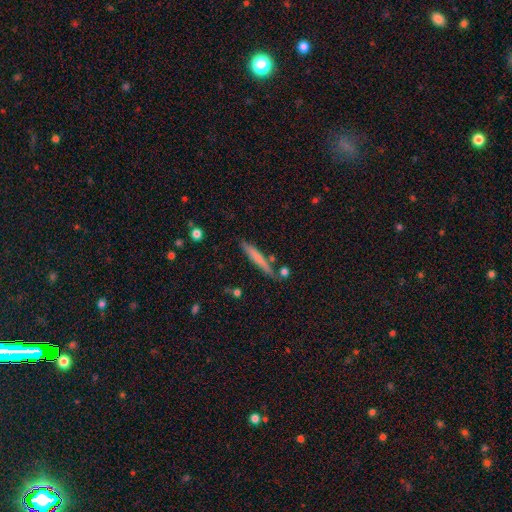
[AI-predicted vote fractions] Smooth or featured? smooth (62%)
How rounded? cigar-shaped (95%)
Merging? none (82%)